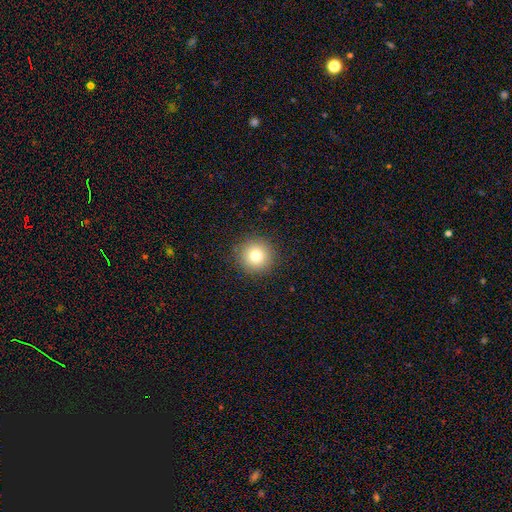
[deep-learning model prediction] Overall: smooth (78%). How rounded: round (96%). Merging: none (91%).